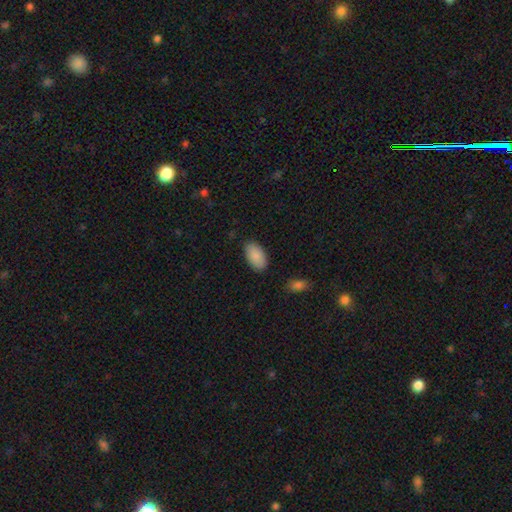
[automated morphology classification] Smooth or featured?
  - smooth: 89% *
  - star or artifact: 6%
  - featured or disk: 5%
How rounded?
  - in between: 95% *
  - round: 3%
  - cigar-shaped: 2%
Merging?
  - none: 86% *
  - minor disturbance: 10%
  - major disturbance: 2%
  - merger: 1%